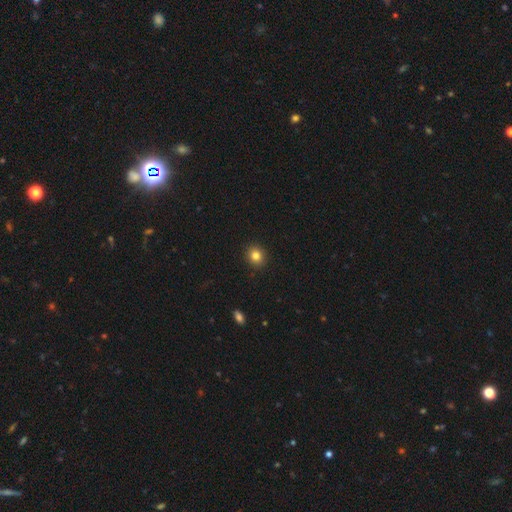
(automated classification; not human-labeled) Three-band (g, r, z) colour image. It shows a smooth galaxy with no disk features (83%) that is round (80%). Merging: none (92%).